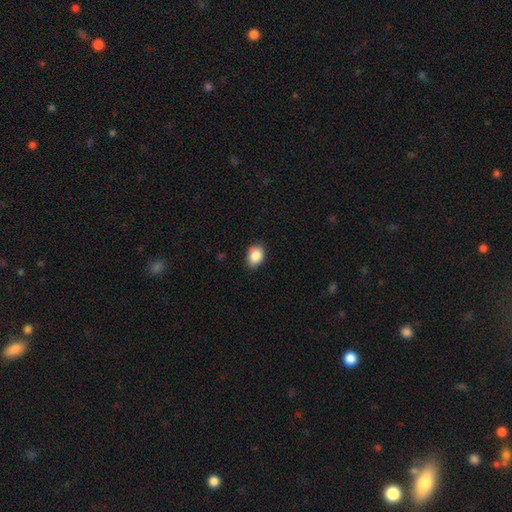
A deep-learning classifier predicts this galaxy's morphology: Smooth or featured: smooth — 88% (star or artifact — 8%)
How rounded: in between — 72% (round — 27%)
Merging: none — 81% (minor disturbance — 15%)